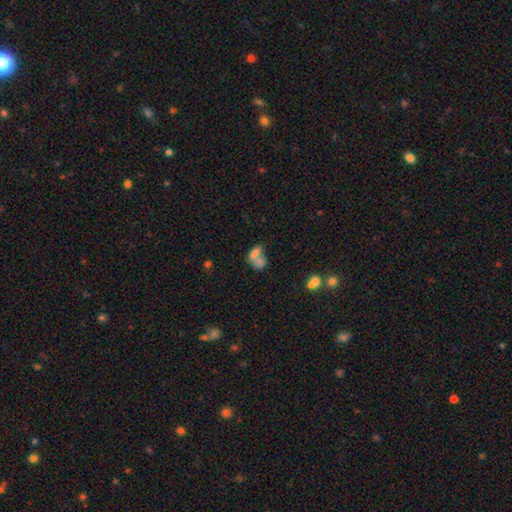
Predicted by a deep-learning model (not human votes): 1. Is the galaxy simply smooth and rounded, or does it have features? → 70% smooth, 19% featured or disk, 11% star or artifact.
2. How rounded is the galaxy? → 78% in between, 19% round, 3% cigar-shaped.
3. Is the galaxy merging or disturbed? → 65% merger, 19% none, 9% minor disturbance, 8% major disturbance.